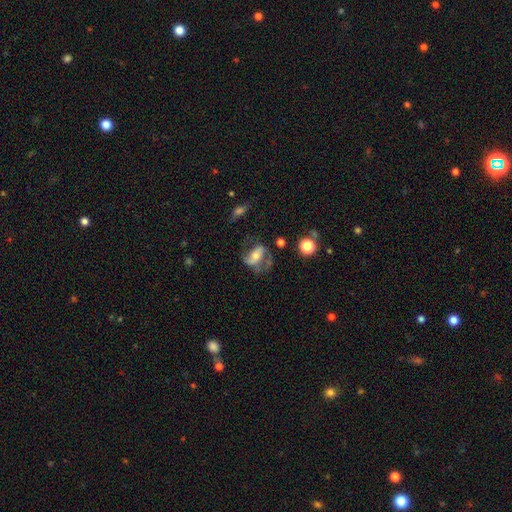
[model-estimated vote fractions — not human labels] Morphology: type=featured or disk (70%); edge-on=no (95%); bar=strong (35%); spiral arms=yes (86%); winding=medium (45%); arm count=2 (84%); bulge=moderate (51%); merging=none (54%).